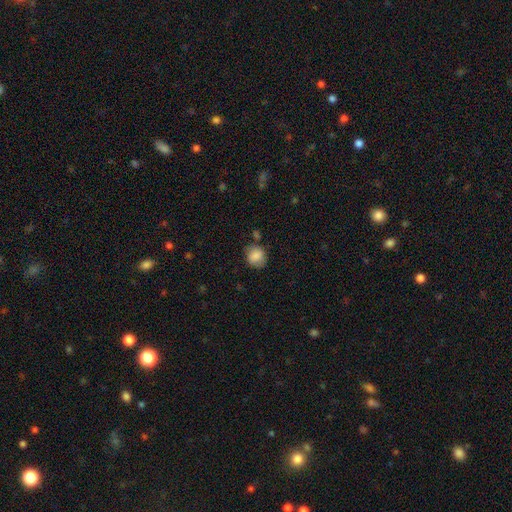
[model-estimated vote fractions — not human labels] Smooth or featured: smooth — 85% (star or artifact — 8%)
How rounded: round — 72% (in between — 27%)
Merging: none — 73% (minor disturbance — 18%)